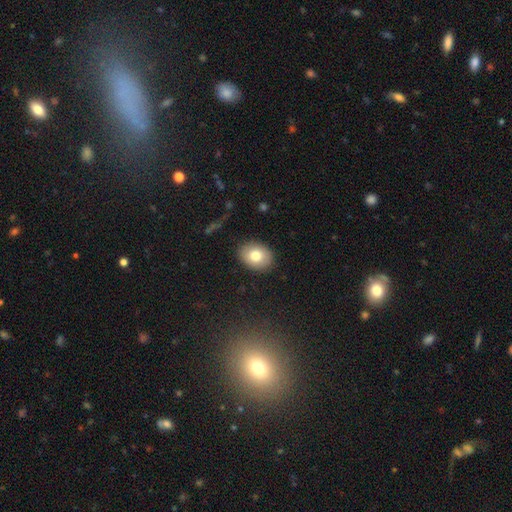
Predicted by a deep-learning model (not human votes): The model was most divided on "how rounded": in between: 64%, round: 35%, cigar-shaped: 1%. More confident: merging — none (88%); smooth or featured — smooth (78%).